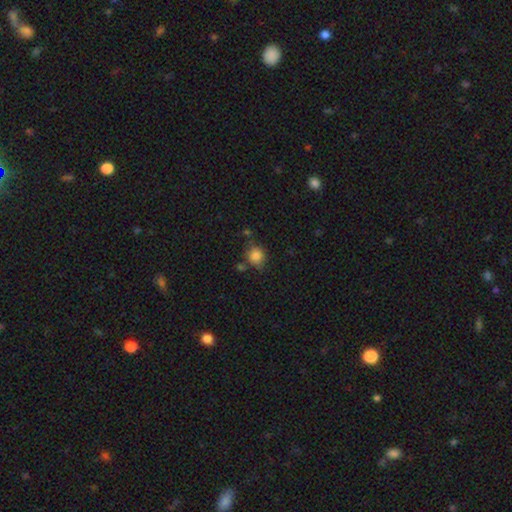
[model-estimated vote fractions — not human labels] Smooth or featured? Predicted: smooth (p=0.83). How rounded? Predicted: round (p=0.81). Merging? Predicted: none (p=0.66).